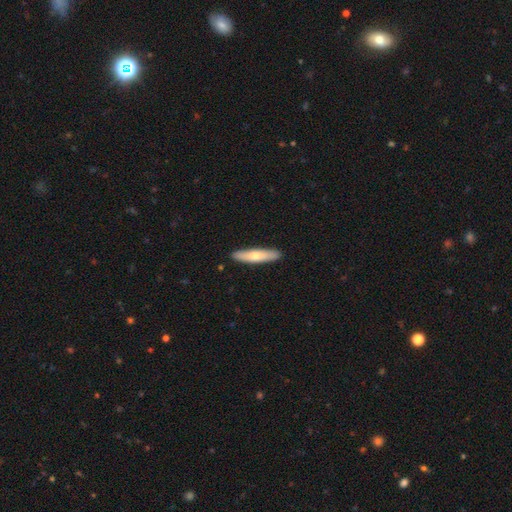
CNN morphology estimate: Overall: smooth (66%; featured or disk 29%). How rounded: cigar-shaped (83%). Merging: none (91%).